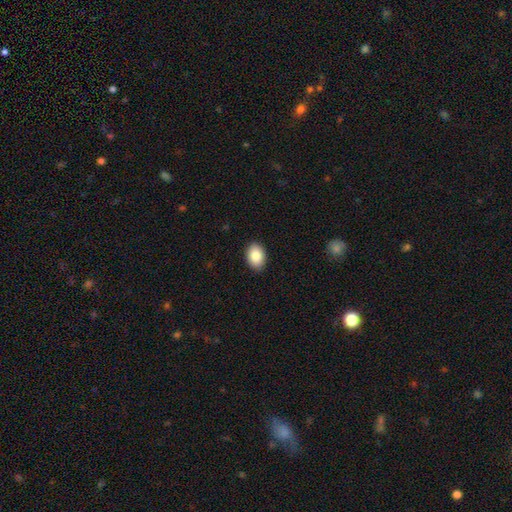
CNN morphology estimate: This appears to be a smooth galaxy with no disk features (87%) that is in between round and cigar-shaped (82%). Merging: none (89%).